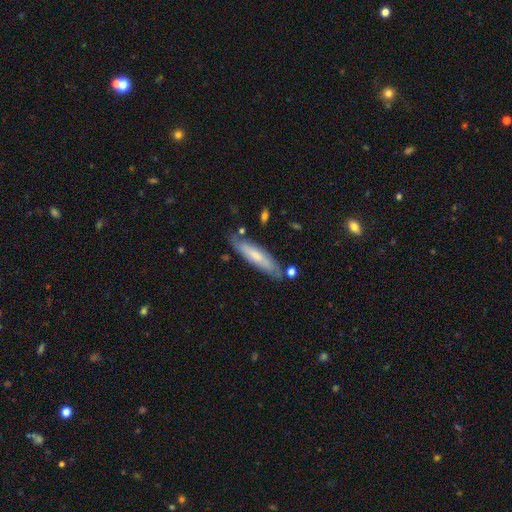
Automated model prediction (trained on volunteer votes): Smooth or featured? Predicted: smooth (p=0.58). How rounded? Predicted: cigar-shaped (p=0.73). Merging? Predicted: none (p=0.75).